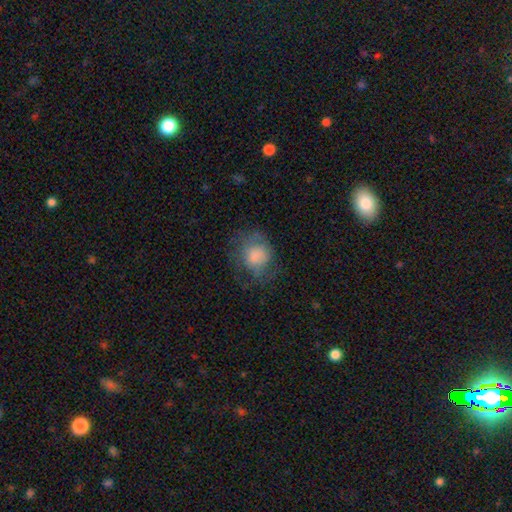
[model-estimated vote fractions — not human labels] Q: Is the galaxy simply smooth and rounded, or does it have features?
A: smooth — 73%.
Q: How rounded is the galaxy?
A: round — 72%.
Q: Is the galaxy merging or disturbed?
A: none — 52%.